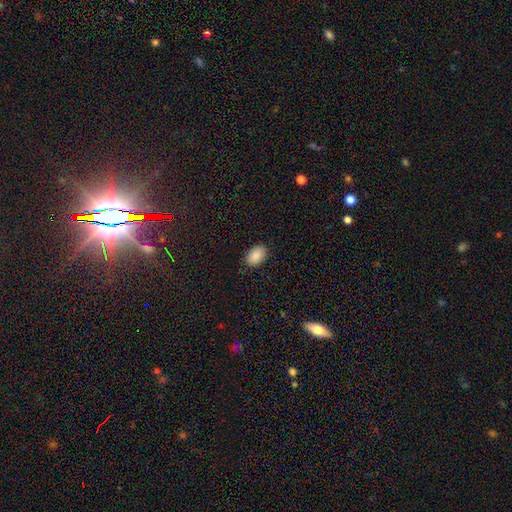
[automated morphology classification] A smooth galaxy with no disk features (88%) that is in between round and cigar-shaped (90%). Merging: none (87%).